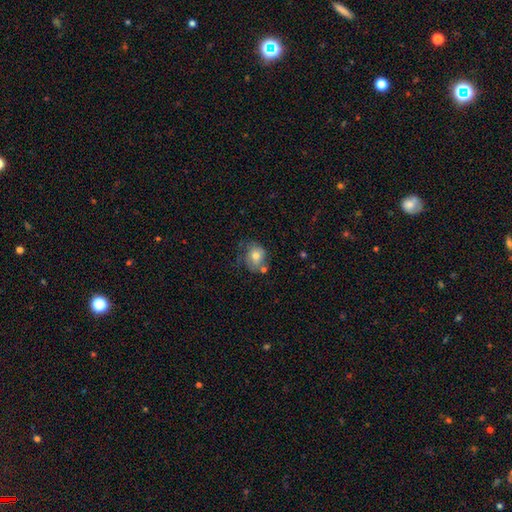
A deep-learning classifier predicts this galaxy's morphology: Smooth or featured: smooth — 52% (featured or disk — 38%)
How rounded: round — 59% (in between — 40%)
Merging: none — 48% (minor disturbance — 26%)